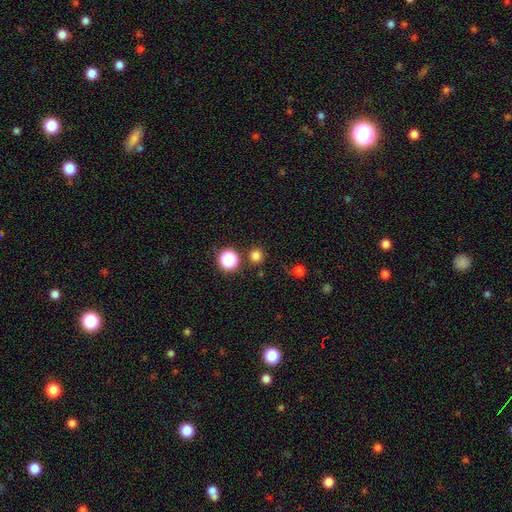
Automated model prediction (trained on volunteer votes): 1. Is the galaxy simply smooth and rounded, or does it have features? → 78% smooth, 18% star or artifact, 4% featured or disk.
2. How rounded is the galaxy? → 93% round, 6% in between, 1% cigar-shaped.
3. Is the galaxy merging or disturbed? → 86% none, 7% minor disturbance, 4% merger, 3% major disturbance.